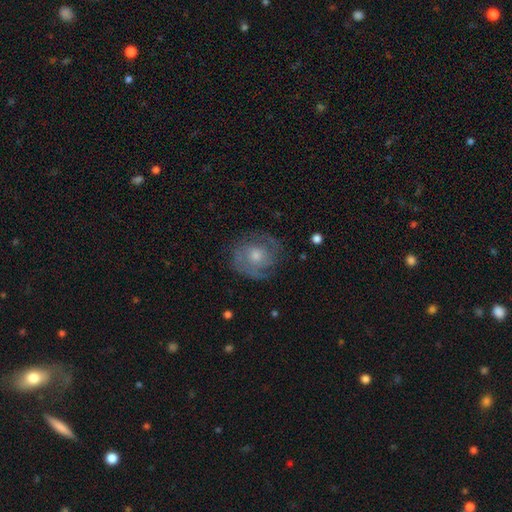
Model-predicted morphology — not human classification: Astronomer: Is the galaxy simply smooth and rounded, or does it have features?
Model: featured or disk — 70%.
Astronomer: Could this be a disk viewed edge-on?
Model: no — 97%.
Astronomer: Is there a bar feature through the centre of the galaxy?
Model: no — 77%.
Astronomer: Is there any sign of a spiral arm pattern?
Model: yes — 86%.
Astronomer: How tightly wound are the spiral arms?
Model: tight — 54% (runner-up: medium, 36%).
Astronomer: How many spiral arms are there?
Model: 2 — 40% (runner-up: can't tell, 30%).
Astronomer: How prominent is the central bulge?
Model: moderate — 59%.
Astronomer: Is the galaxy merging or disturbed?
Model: none — 76%.